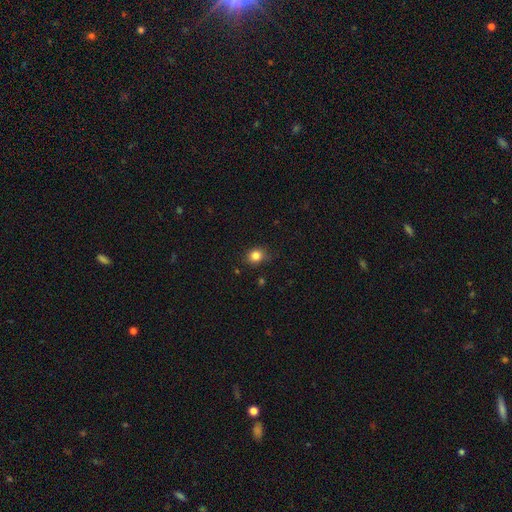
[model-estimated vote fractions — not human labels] Overall: smooth (83%). How rounded: round (68%; in between 31%). Merging: none (80%).